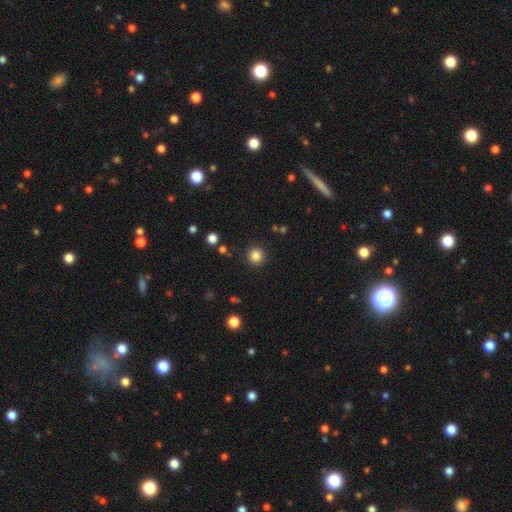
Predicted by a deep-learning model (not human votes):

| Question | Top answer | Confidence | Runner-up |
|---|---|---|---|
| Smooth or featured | smooth | 84% | star or artifact (12%) |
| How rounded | round | 95% | in between (4%) |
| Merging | none | 90% | minor disturbance (6%) |